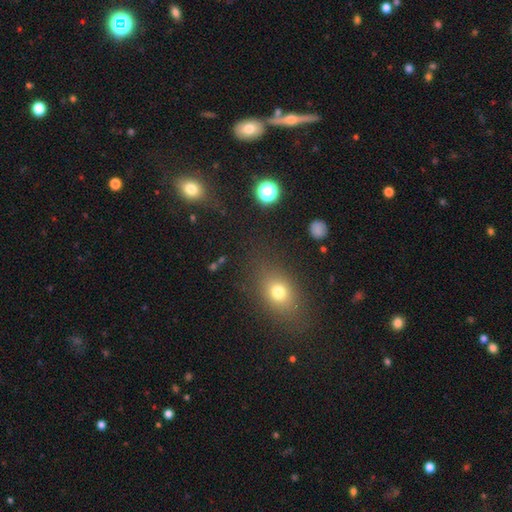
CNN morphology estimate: This appears to be a smooth galaxy with no disk features (59%) that is in between round and cigar-shaped (68%). Merging: none (83%).